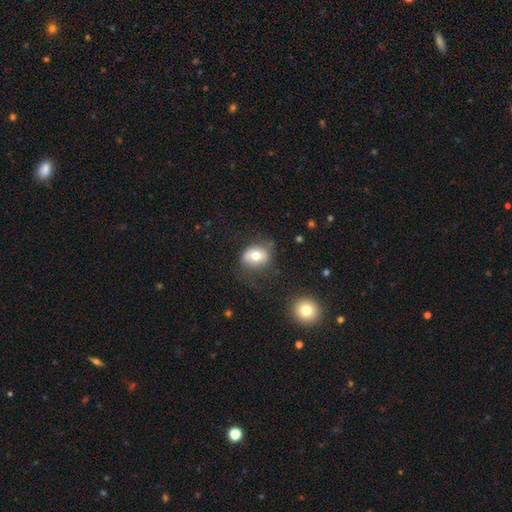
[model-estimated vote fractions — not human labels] This is likely a smooth galaxy (67%). How rounded: possibly round (49%, tied with in between). Merging: likely none (64%).